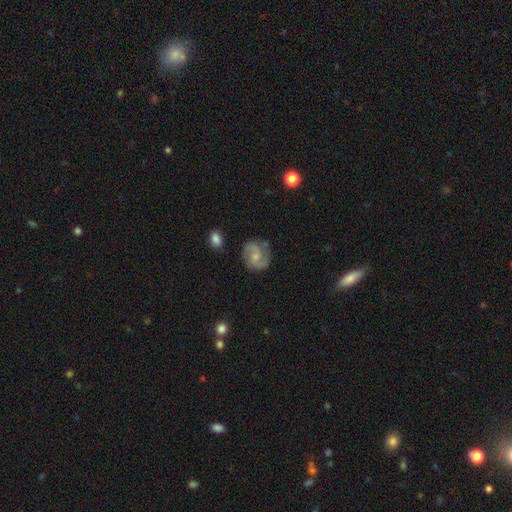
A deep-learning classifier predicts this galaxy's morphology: A featured or disk galaxy (78%) with no bar (54%), 2 (89%) medium (53%) spiral arms (96%) and a small central bulge (46%). Merging: none (78%).